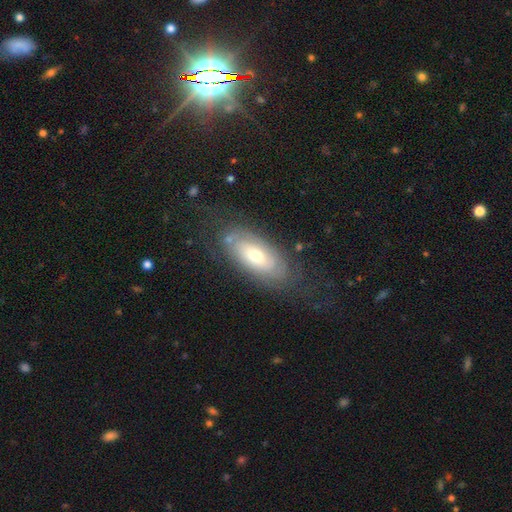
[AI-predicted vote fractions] A featured or disk galaxy (61%) with no bar (76%), spiral arms (67%) and a moderate central bulge (63%). Merging: none (69%).